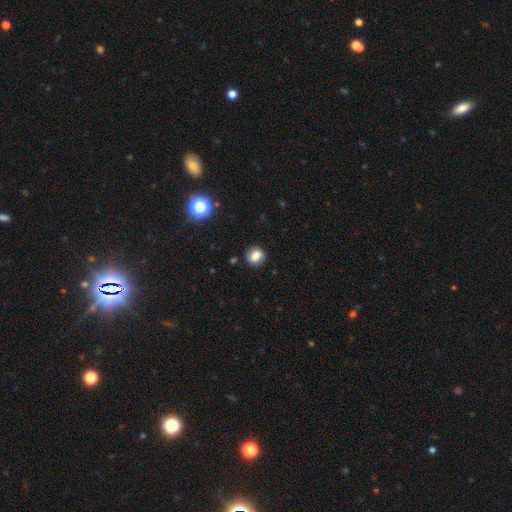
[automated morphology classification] Smooth or featured: smooth — 78% (star or artifact — 11%)
How rounded: round — 81% (in between — 18%)
Merging: none — 89% (minor disturbance — 7%)